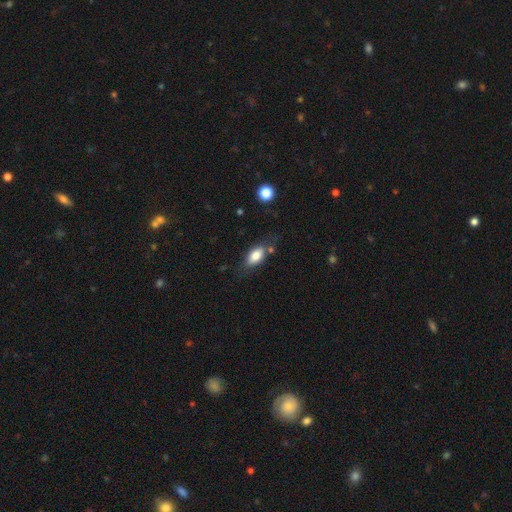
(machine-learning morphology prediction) Smooth or featured?
  - smooth: 80% *
  - featured or disk: 13%
  - star or artifact: 7%
How rounded?
  - in between: 87% *
  - cigar-shaped: 8%
  - round: 5%
Merging?
  - none: 67% *
  - minor disturbance: 21%
  - major disturbance: 7%
  - merger: 6%